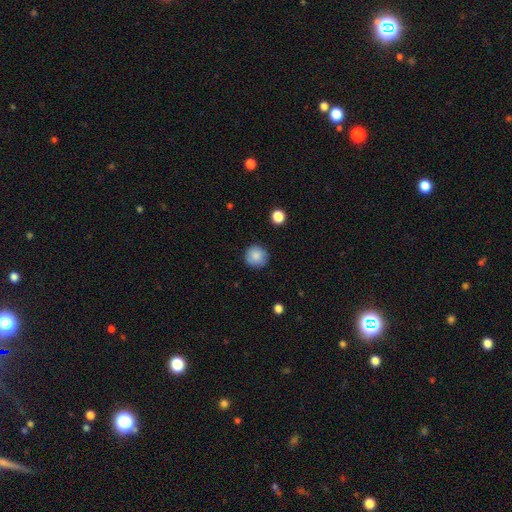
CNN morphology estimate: Overall: smooth (86%). How rounded: round (94%). Merging: none (89%).